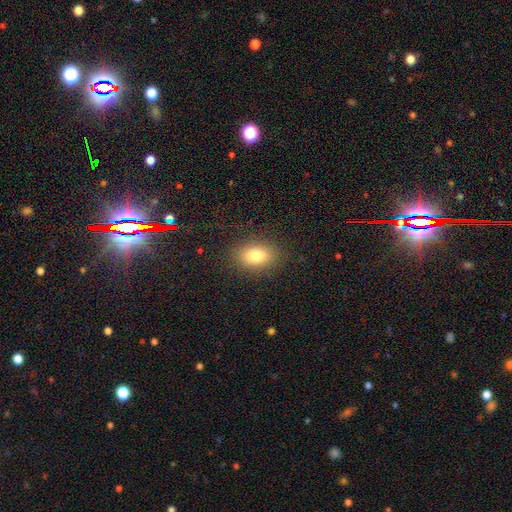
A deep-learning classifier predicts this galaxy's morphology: A smooth galaxy with no disk features (80%) that is in between round and cigar-shaped (77%).

Vote fractions:
- Smooth or featured? smooth: 80% / star or artifact: 11% / featured or disk: 9%
- How rounded? in between: 77% / round: 21% / cigar-shaped: 2%
- Merging? none: 87% / minor disturbance: 9% / major disturbance: 3% / merger: 1%